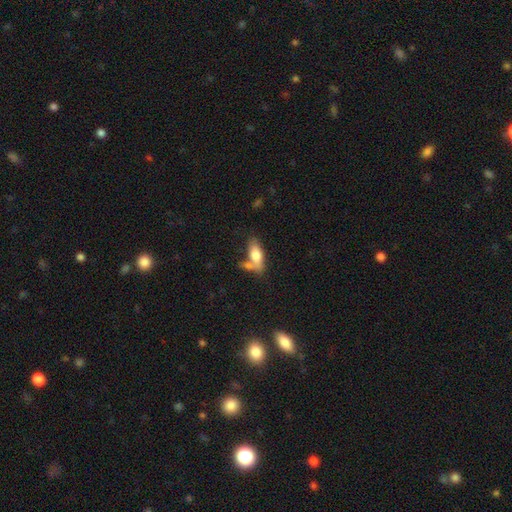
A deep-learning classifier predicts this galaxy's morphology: Overall: smooth (73%). How rounded: in between (75%). Merging: none (45%; merger 31%).